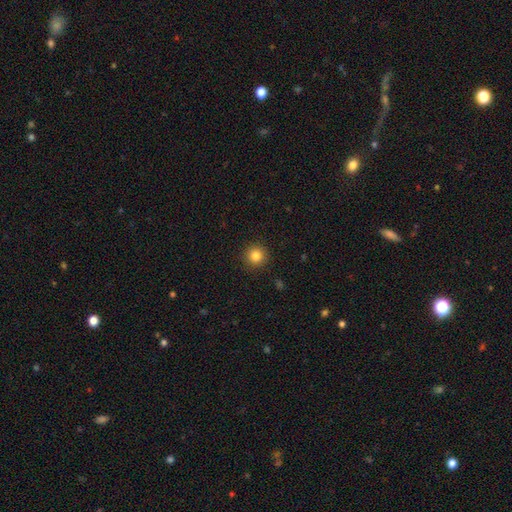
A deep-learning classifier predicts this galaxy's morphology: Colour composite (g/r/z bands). It shows a smooth galaxy with no disk features (84%) that is round (95%). Merging: none (92%).